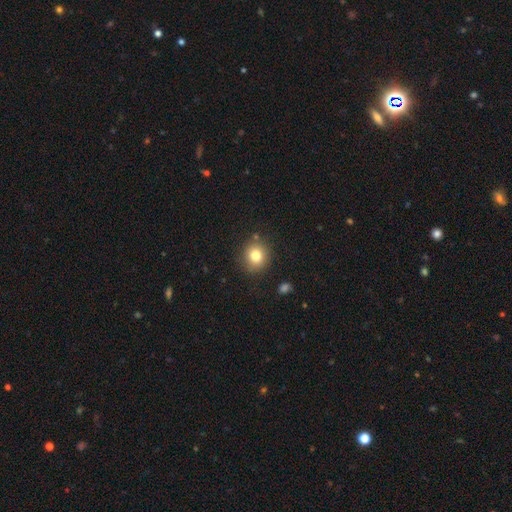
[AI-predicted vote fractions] smooth 79%, star or artifact 12%, featured or disk 9%. Down the decision tree: how rounded — round (83%); merging — none (85%).